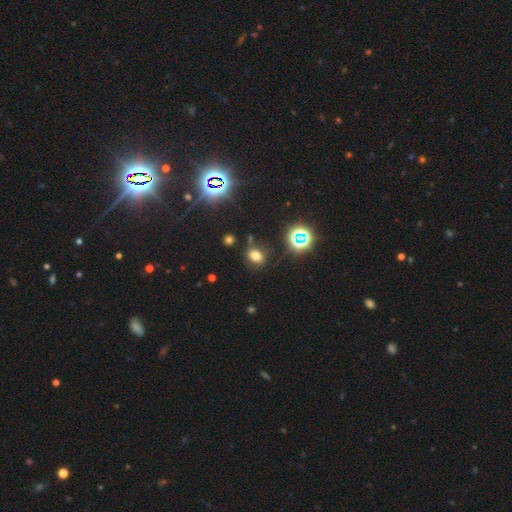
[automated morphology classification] smooth_or_featured: smooth (p=0.65) [alt: star or artifact p=0.26]
how_rounded: in between (p=0.51) [alt: round p=0.47]
merging: none (p=0.75) [alt: minor disturbance p=0.15]